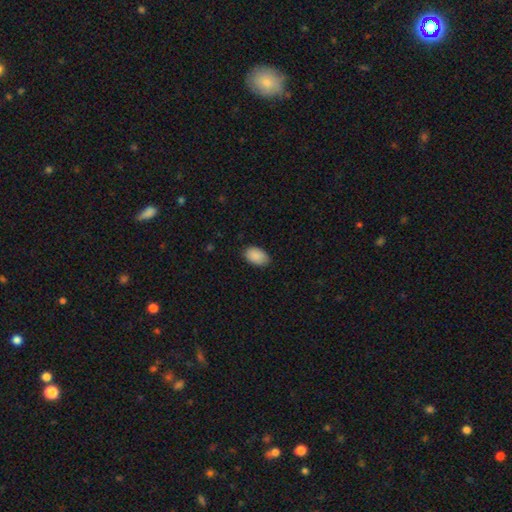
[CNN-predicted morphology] Q: Smooth or featured?
A: smooth (89%); runner-up: star or artifact (7%)
Q: How rounded?
A: in between (91%); runner-up: round (8%)
Q: Merging?
A: none (82%); runner-up: minor disturbance (15%)